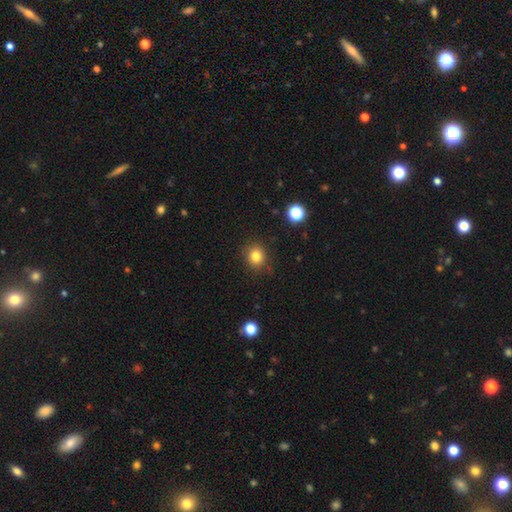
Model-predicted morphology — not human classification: Smooth or featured?
  - smooth: 82% *
  - star or artifact: 12%
  - featured or disk: 6%
How rounded?
  - round: 79% *
  - in between: 20%
  - cigar-shaped: 1%
Merging?
  - none: 87% *
  - minor disturbance: 9%
  - major disturbance: 3%
  - merger: 1%